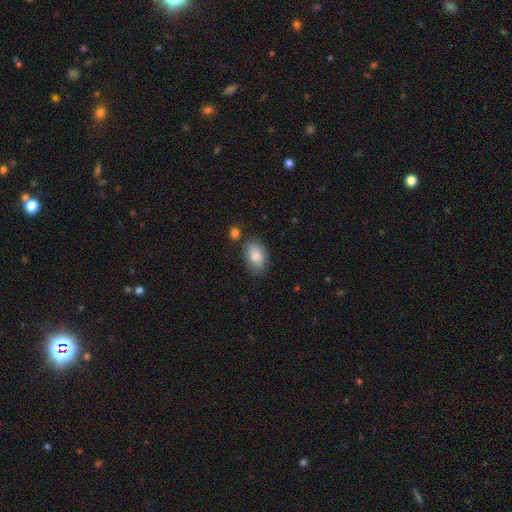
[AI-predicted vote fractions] A smooth galaxy with no disk features (81%) that is in between round and cigar-shaped (88%). Merging: none (74%).